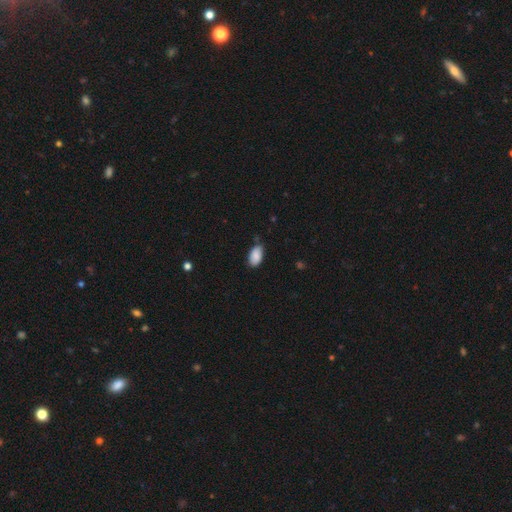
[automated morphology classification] A smooth galaxy with no disk features (87%) that is in between round and cigar-shaped (95%).

Vote fractions:
- Smooth or featured? smooth: 87% / star or artifact: 7% / featured or disk: 6%
- How rounded? in between: 95% / round: 4% / cigar-shaped: 2%
- Merging? none: 74% / minor disturbance: 22% / major disturbance: 3% / merger: 2%